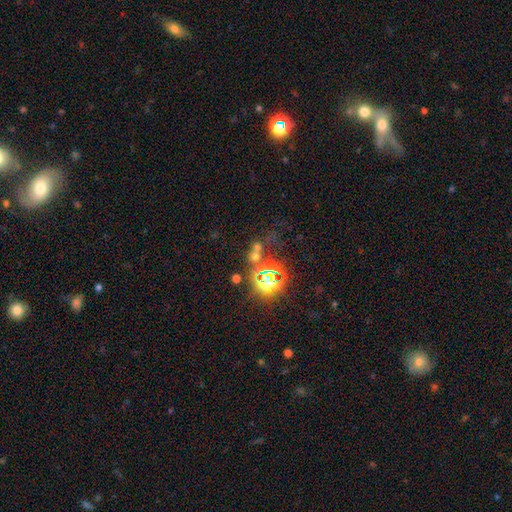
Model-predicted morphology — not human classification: Smooth or featured: star or artifact — 57% (smooth — 32%)